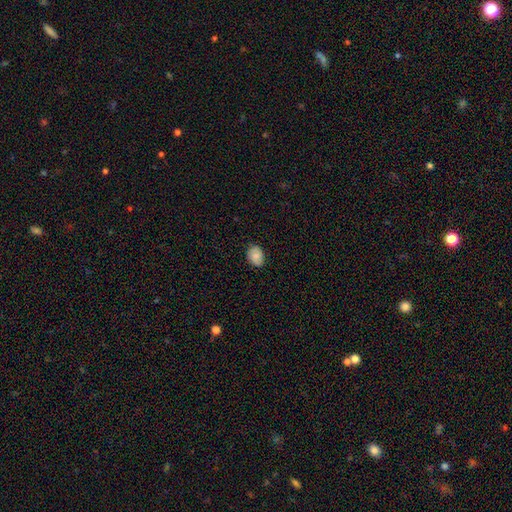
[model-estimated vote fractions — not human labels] Q: Smooth or featured?
A: smooth (81%); runner-up: featured or disk (11%)
Q: How rounded?
A: in between (70%); runner-up: round (29%)
Q: Merging?
A: none (84%); runner-up: minor disturbance (13%)